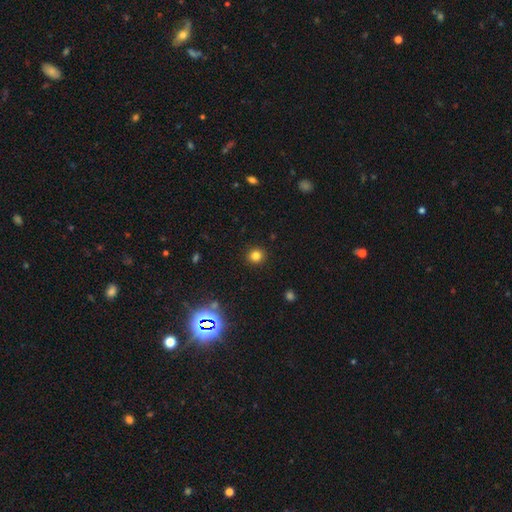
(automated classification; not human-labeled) Smooth or featured: smooth — 81% (star or artifact — 14%)
How rounded: round — 91% (in between — 8%)
Merging: none — 92% (minor disturbance — 5%)